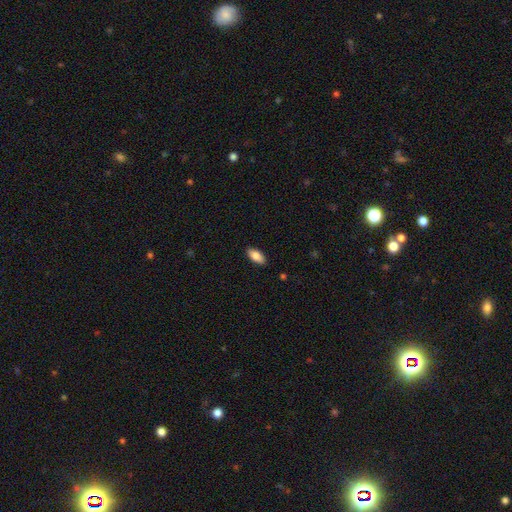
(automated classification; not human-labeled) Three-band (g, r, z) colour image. It shows a smooth galaxy with no disk features (84%) that is in between round and cigar-shaped (88%). Merging: none (89%).